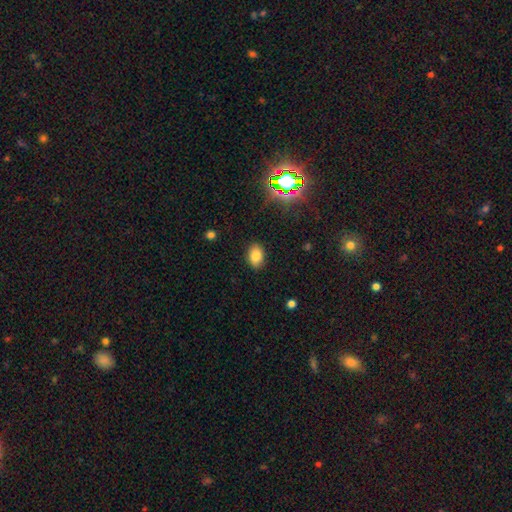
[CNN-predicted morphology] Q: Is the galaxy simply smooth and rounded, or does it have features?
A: smooth — 81%.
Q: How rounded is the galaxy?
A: in between — 82%.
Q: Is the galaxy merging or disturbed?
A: none — 88%.